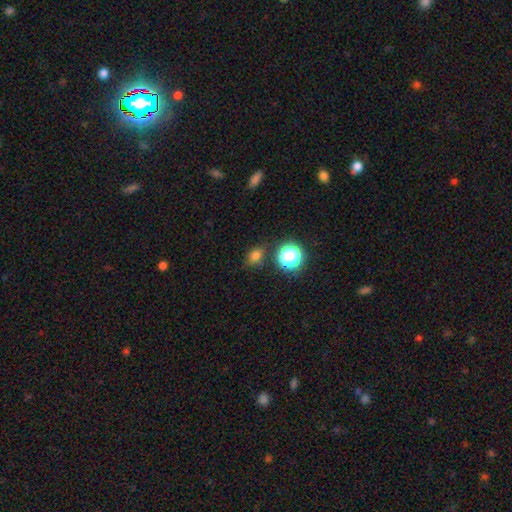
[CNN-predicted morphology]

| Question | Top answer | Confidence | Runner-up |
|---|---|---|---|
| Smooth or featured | smooth | 73% | star or artifact (21%) |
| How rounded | in between | 53% | round (46%) |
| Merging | none | 74% | minor disturbance (16%) |